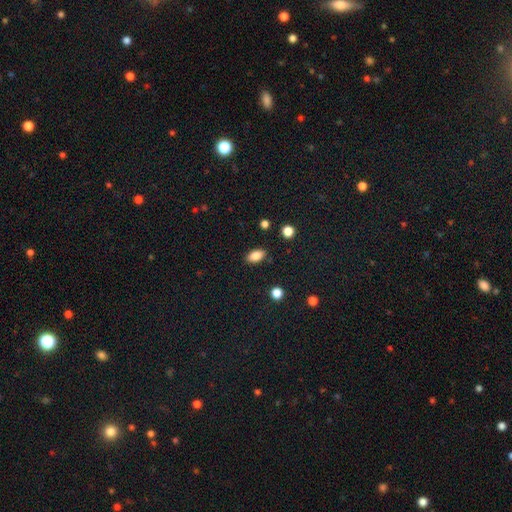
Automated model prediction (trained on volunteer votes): Smooth or featured: smooth — 86% (star or artifact — 9%)
How rounded: in between — 90% (round — 6%)
Merging: none — 87% (minor disturbance — 9%)